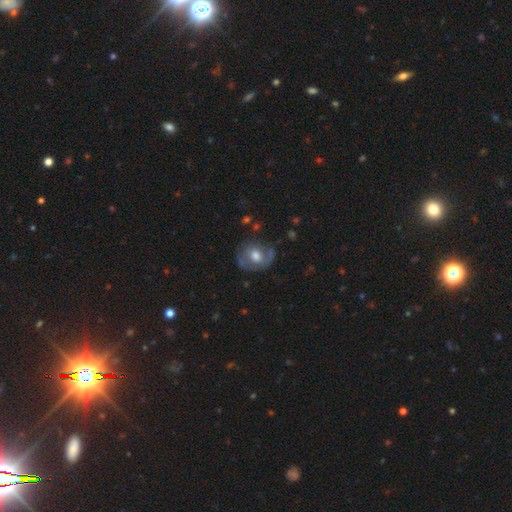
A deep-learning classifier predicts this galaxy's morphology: Q: Smooth or featured?
A: featured or disk (48%); runner-up: smooth (44%)
Q: Merging?
A: none (61%); runner-up: minor disturbance (24%)